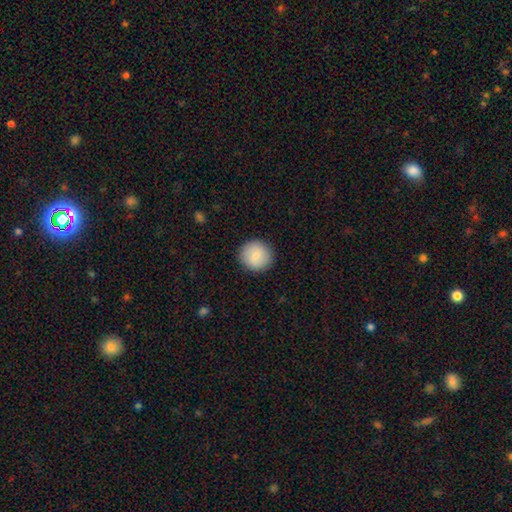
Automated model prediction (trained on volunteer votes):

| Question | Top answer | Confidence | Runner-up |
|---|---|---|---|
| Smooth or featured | smooth | 81% | featured or disk (12%) |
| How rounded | round | 94% | in between (5%) |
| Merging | none | 91% | minor disturbance (7%) |